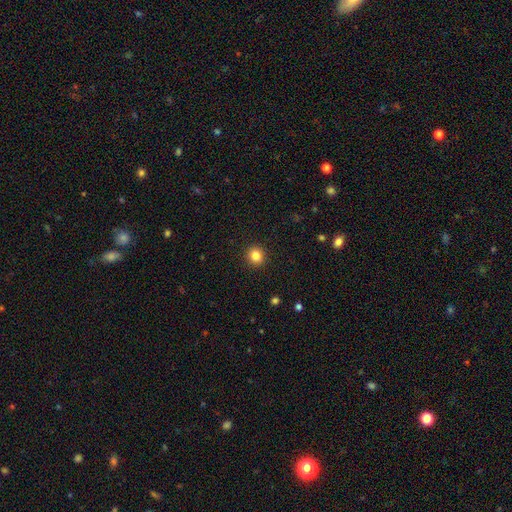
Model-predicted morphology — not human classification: Smooth or featured?
  - smooth: 83% *
  - star or artifact: 12%
  - featured or disk: 5%
How rounded?
  - round: 89% *
  - in between: 10%
  - cigar-shaped: 1%
Merging?
  - none: 93% *
  - minor disturbance: 5%
  - major disturbance: 2%
  - merger: 1%